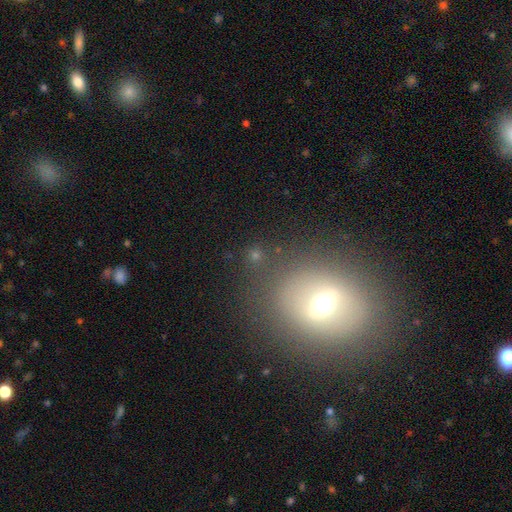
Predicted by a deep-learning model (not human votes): Smooth or featured? smooth (45%)
Merging? none (71%)